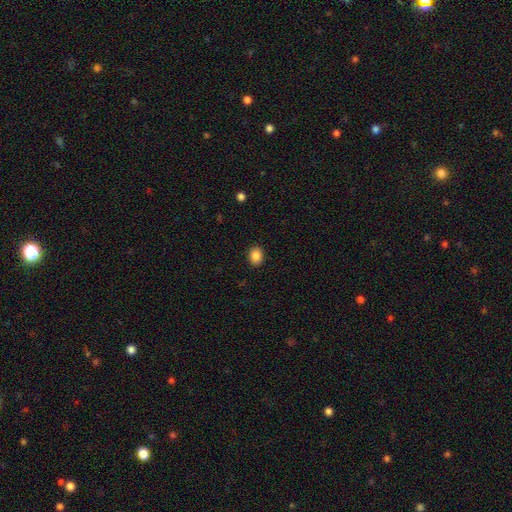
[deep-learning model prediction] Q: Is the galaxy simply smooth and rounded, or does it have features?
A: smooth — 87%.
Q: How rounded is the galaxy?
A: in between — 59%.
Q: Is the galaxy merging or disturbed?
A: none — 90%.